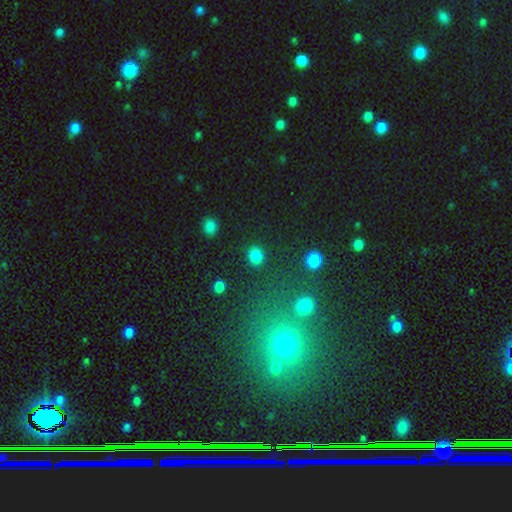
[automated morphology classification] smooth 83%, star or artifact 12%, featured or disk 5%. Down the decision tree: how rounded — round (51%); merging — none (84%).